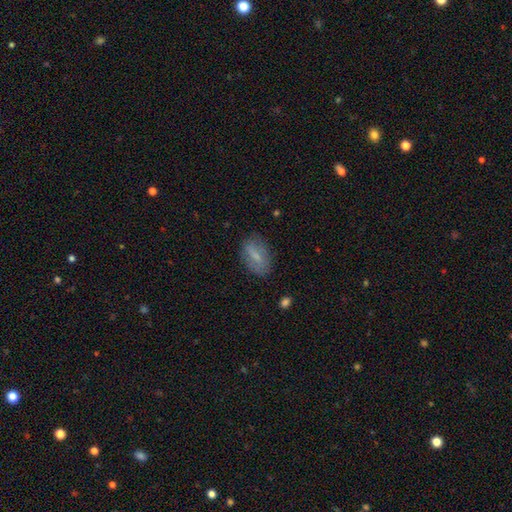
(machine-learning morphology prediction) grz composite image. It shows a smooth galaxy with no disk features (62%) that is in between round and cigar-shaped (84%). Merging: none (77%).